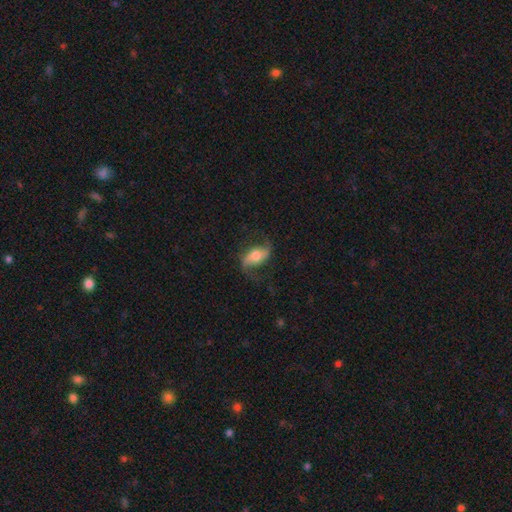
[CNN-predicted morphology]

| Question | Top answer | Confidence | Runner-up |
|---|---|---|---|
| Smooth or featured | featured or disk | 72% | smooth (21%) |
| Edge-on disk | no | 93% | yes (7%) |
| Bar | no | 39% | weak (36%) |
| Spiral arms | yes | 92% | no (8%) |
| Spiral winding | loose | 75% | medium (20%) |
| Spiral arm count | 2 | 91% | 1 (4%) |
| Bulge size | moderate | 50% | large (23%) |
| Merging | none | 68% | minor disturbance (17%) |